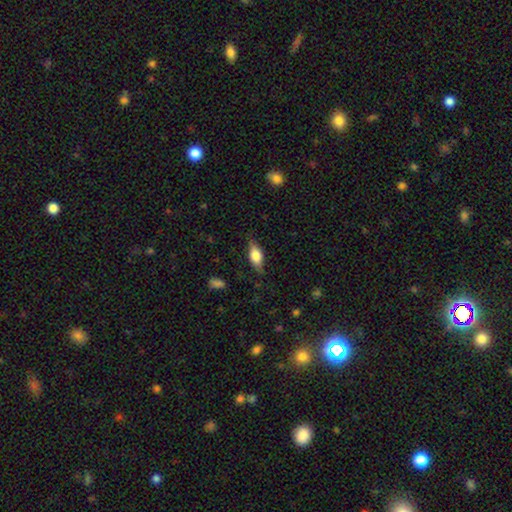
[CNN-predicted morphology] Smooth or featured? Predicted: smooth (p=0.65). How rounded? Predicted: in between (p=0.79). Merging? Predicted: none (p=0.78).